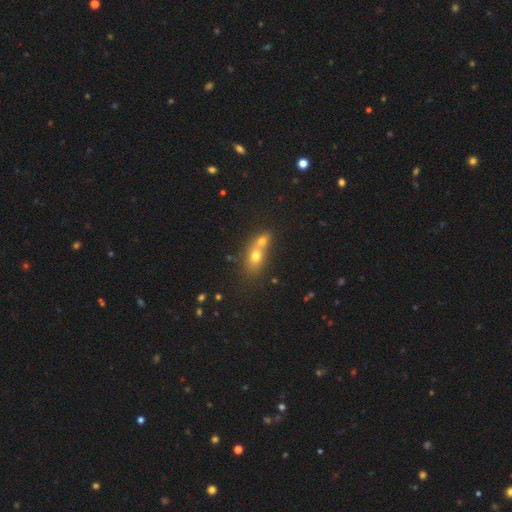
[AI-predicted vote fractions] This appears to be a smooth galaxy with no disk features (66%) that is in between round and cigar-shaped (55%). Merging: merger (66%).